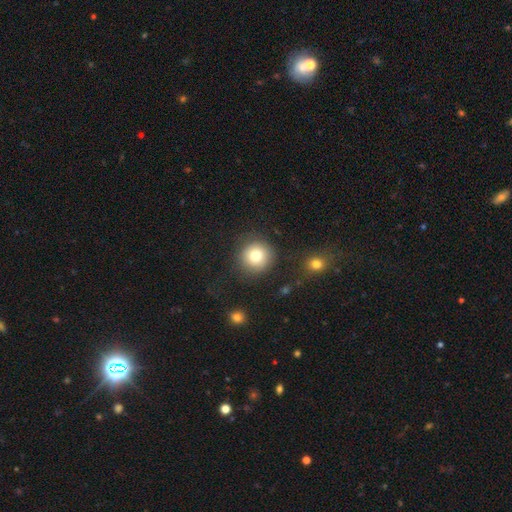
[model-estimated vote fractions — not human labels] Smooth or featured? smooth (79%)
How rounded? round (94%)
Merging? none (84%)